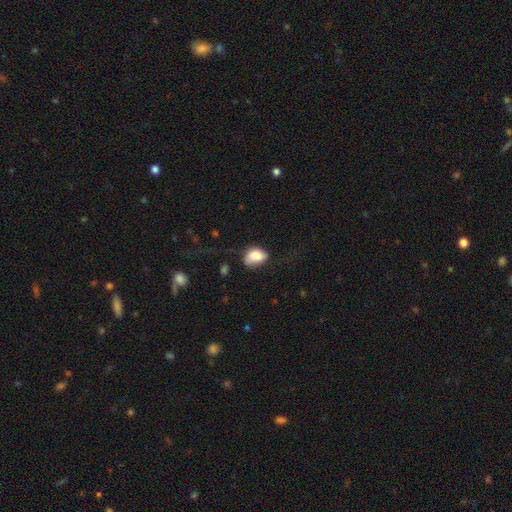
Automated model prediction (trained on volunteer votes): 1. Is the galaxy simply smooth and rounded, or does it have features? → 81% smooth, 11% featured or disk, 7% star or artifact.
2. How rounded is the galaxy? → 75% in between, 23% round, 1% cigar-shaped.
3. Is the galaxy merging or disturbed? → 44% none, 33% minor disturbance, 20% major disturbance, 3% merger.